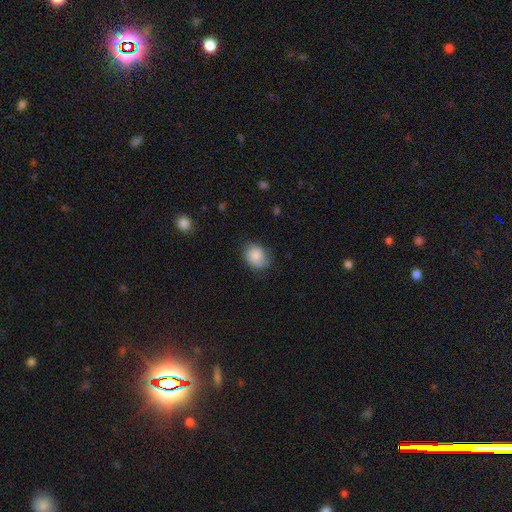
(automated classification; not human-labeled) Overall: smooth (86%). How rounded: round (55%; in between 44%). Merging: none (72%).